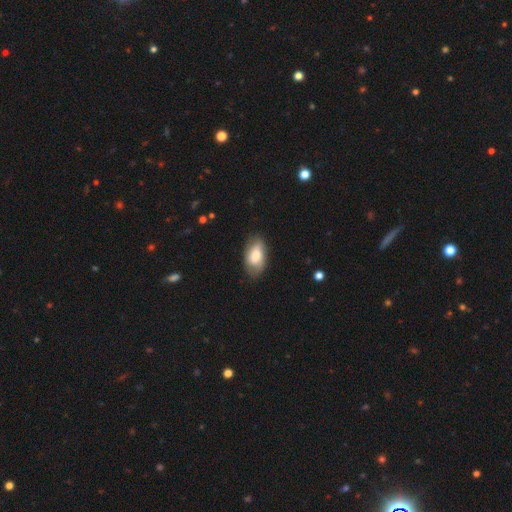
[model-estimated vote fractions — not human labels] Smooth or featured: smooth — 76% (featured or disk — 18%)
How rounded: in between — 93% (round — 4%)
Merging: none — 71% (minor disturbance — 23%)